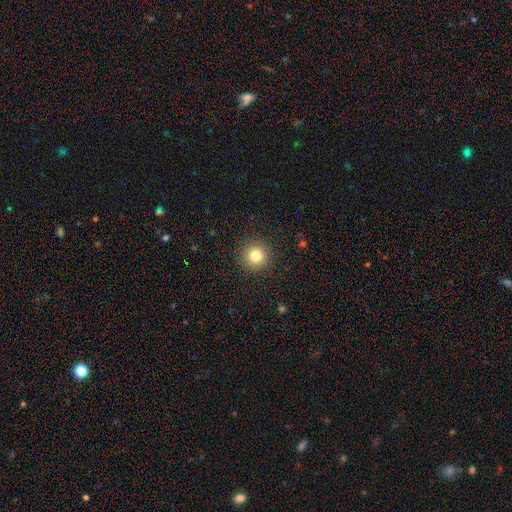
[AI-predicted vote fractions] smooth_or_featured: smooth (p=0.81) [alt: star or artifact p=0.12]
how_rounded: round (p=0.96) [alt: in between p=0.03]
merging: none (p=0.92) [alt: minor disturbance p=0.05]